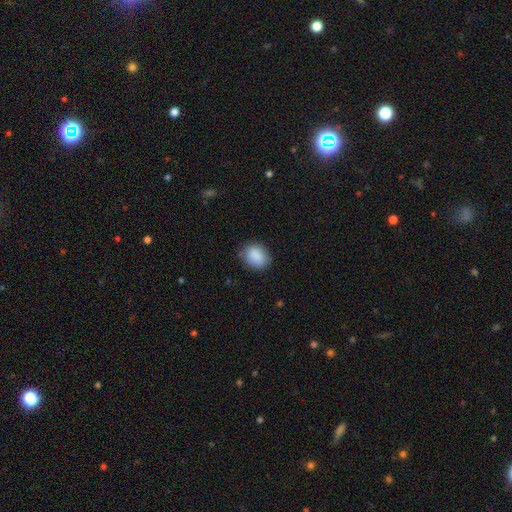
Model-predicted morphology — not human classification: Q: Smooth or featured?
A: smooth (88%); runner-up: star or artifact (7%)
Q: How rounded?
A: in between (59%); runner-up: round (40%)
Q: Merging?
A: none (81%); runner-up: minor disturbance (15%)